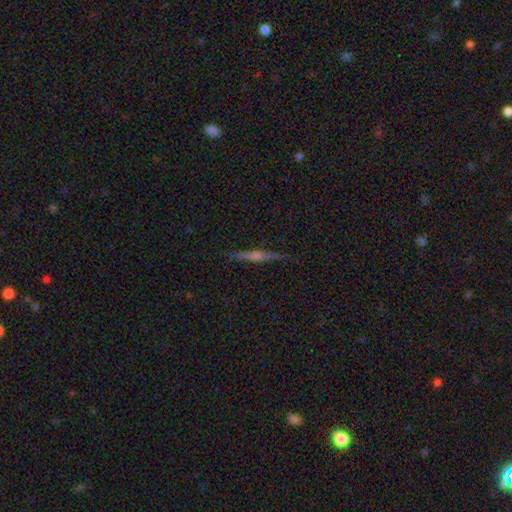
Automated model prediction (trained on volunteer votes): featured or disk 74%, smooth 16%, star or artifact 10%. Down the decision tree: edge-on disk — yes (97%); edge-on bulge — rounded (80%); merging — none (90%).